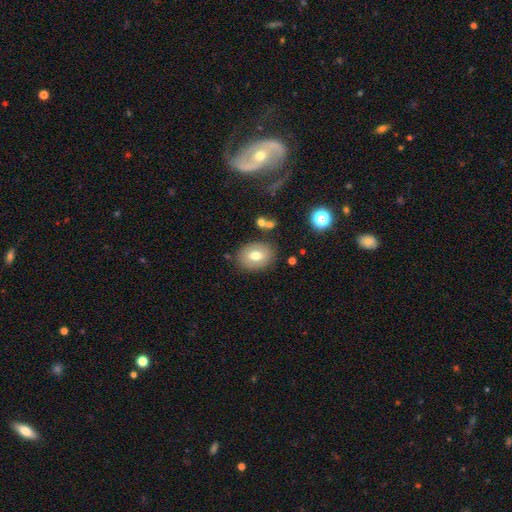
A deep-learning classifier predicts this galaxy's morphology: Smooth or featured? Predicted: smooth (p=0.66). How rounded? Predicted: in between (p=0.68). Merging? Predicted: none (p=0.82).